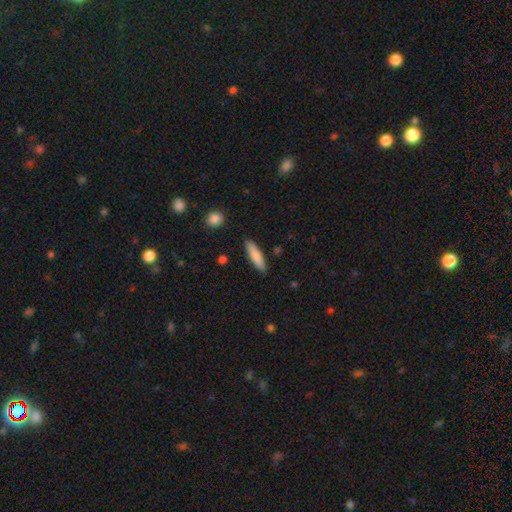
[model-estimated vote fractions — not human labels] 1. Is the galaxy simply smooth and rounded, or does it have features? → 82% smooth, 12% featured or disk, 6% star or artifact.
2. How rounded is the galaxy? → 72% cigar-shaped, 27% in between, 2% round.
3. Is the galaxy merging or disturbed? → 88% none, 9% minor disturbance, 2% major disturbance, 2% merger.